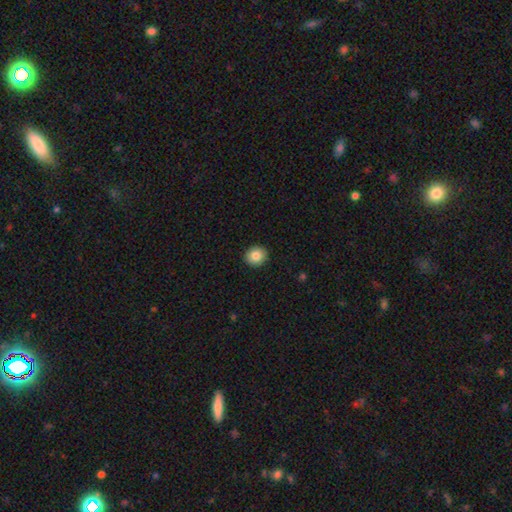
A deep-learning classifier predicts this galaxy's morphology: Smooth or featured? Predicted: smooth (p=0.84). How rounded? Predicted: round (p=0.85). Merging? Predicted: none (p=0.93).